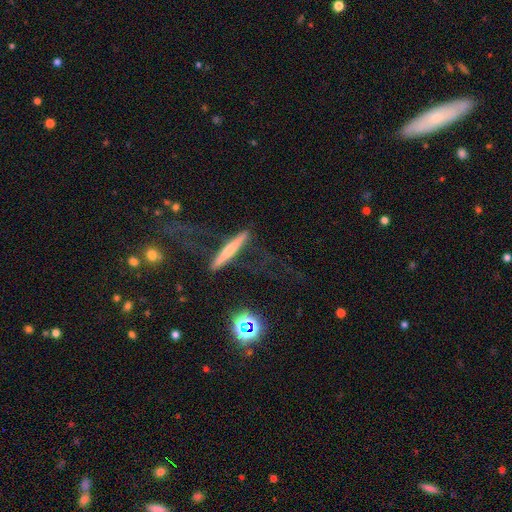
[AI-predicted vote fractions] Smooth or featured? featured or disk (49%)
Merging? none (54%)